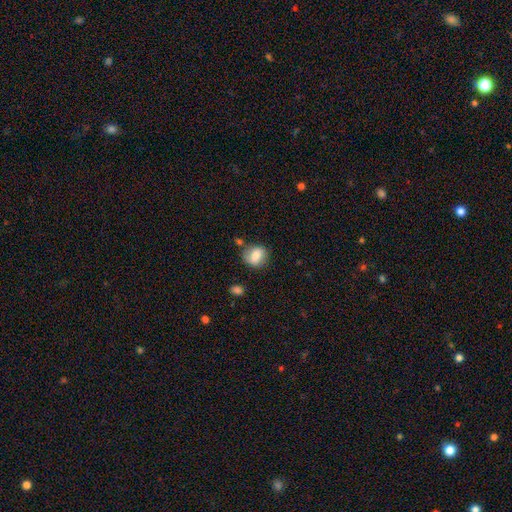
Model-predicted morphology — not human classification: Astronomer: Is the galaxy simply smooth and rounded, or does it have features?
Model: smooth — 76%.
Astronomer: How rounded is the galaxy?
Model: round — 63%.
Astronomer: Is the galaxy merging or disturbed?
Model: none — 66%.